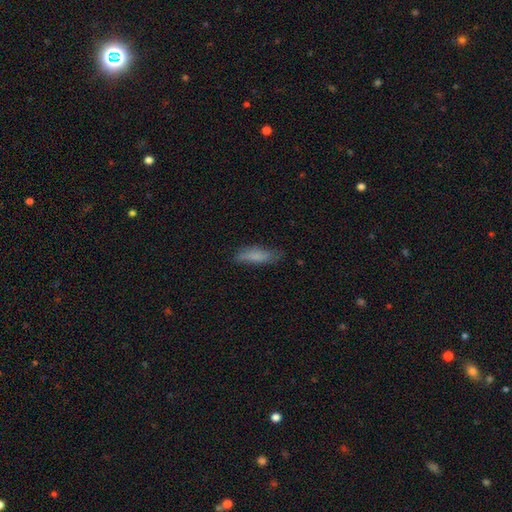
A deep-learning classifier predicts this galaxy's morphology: A smooth galaxy with no disk features (74%) that is cigar-shaped (63%).

Vote fractions:
- Smooth or featured? smooth: 74% / featured or disk: 18% / star or artifact: 7%
- How rounded? cigar-shaped: 63% / in between: 36% / round: 2%
- Merging? none: 69% / minor disturbance: 23% / major disturbance: 6% / merger: 2%